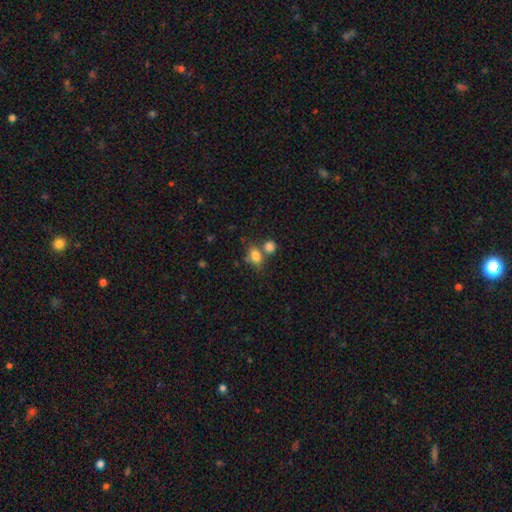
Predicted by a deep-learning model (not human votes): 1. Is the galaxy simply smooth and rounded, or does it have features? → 81% smooth, 11% star or artifact, 9% featured or disk.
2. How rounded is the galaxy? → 73% in between, 24% round, 2% cigar-shaped.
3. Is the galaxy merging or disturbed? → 49% none, 31% merger, 15% minor disturbance, 6% major disturbance.